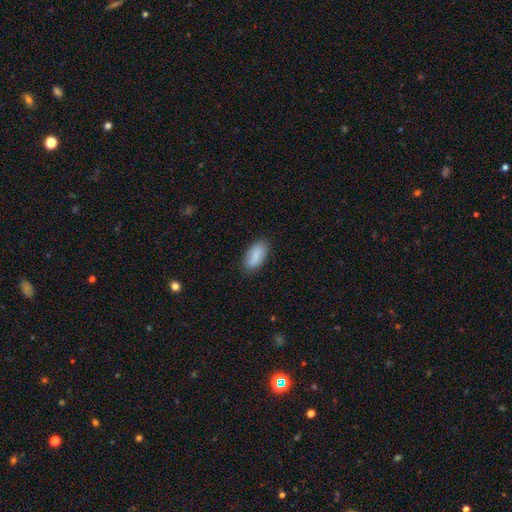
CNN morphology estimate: Smooth or featured? Predicted: smooth (p=0.86). How rounded? Predicted: in between (p=0.90). Merging? Predicted: none (p=0.81).